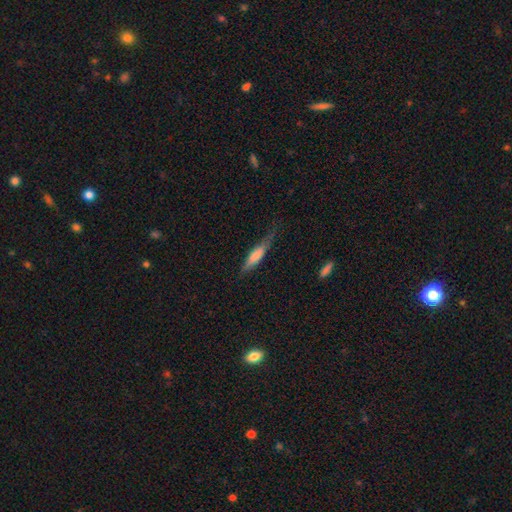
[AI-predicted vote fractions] Smooth or featured? Predicted: smooth (p=0.67). How rounded? Predicted: cigar-shaped (p=0.70). Merging? Predicted: none (p=0.61).